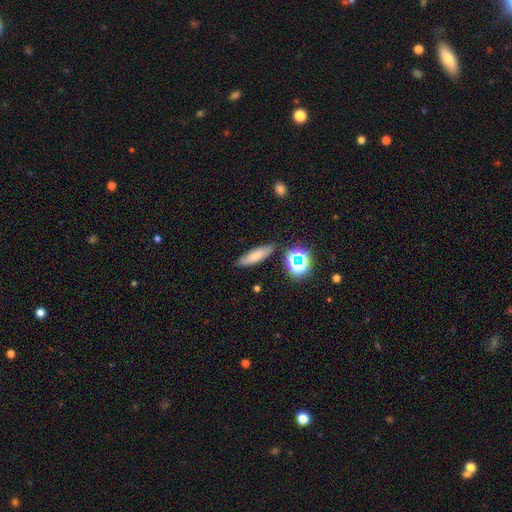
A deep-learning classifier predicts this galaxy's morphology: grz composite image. It shows a smooth galaxy with no disk features (71%) that is cigar-shaped (56%). Merging: none (82%).